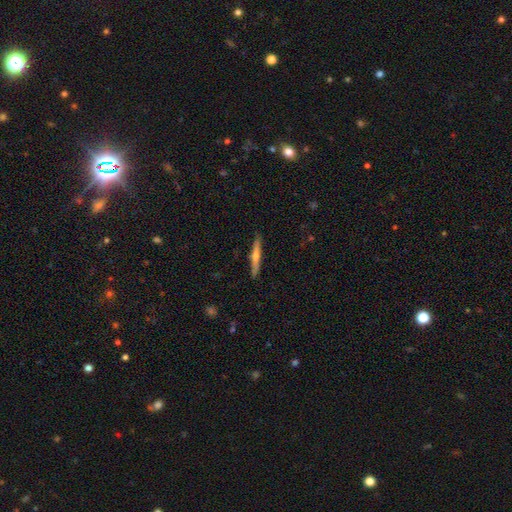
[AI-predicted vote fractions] A featured or disk galaxy (65%) viewed edge-on (97%) with a rounded central bulge (83%). Merging: none (90%).